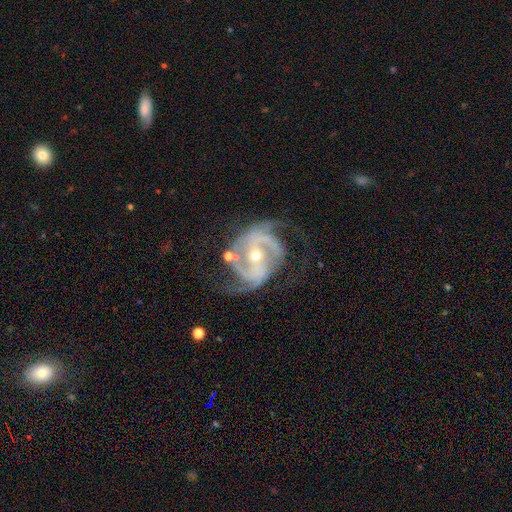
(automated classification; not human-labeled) smooth-or-featured: featured or disk: 90% | star or artifact: 6% | smooth: 4%
  disk-edge-on: no: 97% | yes: 3%
    bar: strong: 35% | no: 32% | weak: 32%
    has-spiral-arms: yes: 97% | no: 3%
      spiral-winding: medium: 51% | tight: 30% | loose: 20%
      spiral-arm-count: 2: 62% | 3: 18% | can't tell: 9% | 4: 4% | 1: 3% | more than 4: 3%
    bulge-size: small: 58% | moderate: 39% | large: 1% | none: 1% | dominant: 1%
  merging: none: 57% | minor disturbance: 21% | major disturbance: 19% | merger: 4%